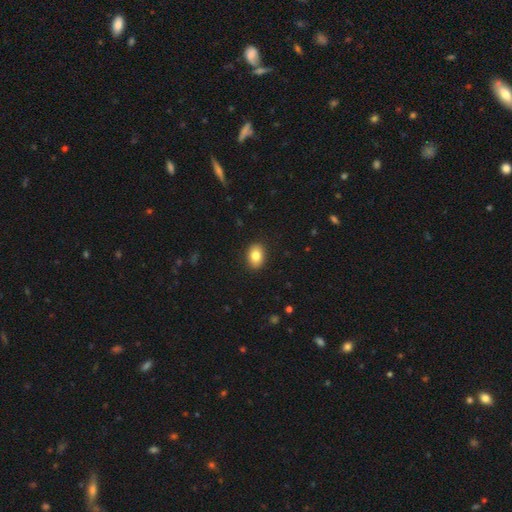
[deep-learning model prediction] A smooth galaxy with no disk features (83%) that is in between round and cigar-shaped (75%).

Vote fractions:
- Smooth or featured? smooth: 83% / featured or disk: 9% / star or artifact: 8%
- How rounded? in between: 75% / round: 24% / cigar-shaped: 1%
- Merging? none: 90% / minor disturbance: 7% / major disturbance: 2% / merger: 1%